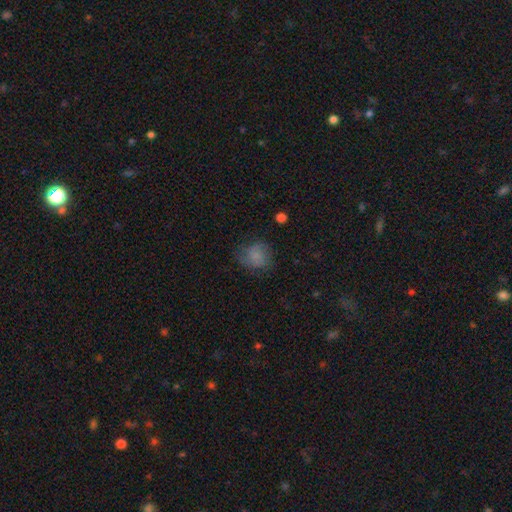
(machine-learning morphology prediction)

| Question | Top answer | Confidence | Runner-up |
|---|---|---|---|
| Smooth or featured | smooth | 74% | featured or disk (15%) |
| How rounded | round | 75% | in between (24%) |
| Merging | none | 63% | minor disturbance (24%) |